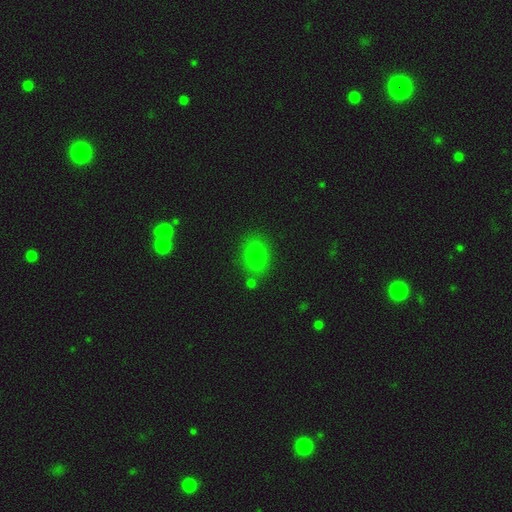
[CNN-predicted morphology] This is likely a smooth galaxy (78%). How rounded: possibly in between (55%). Merging: likely none (77%).